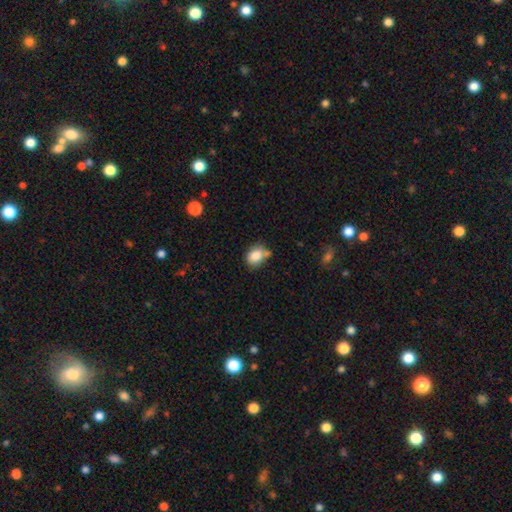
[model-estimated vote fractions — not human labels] A smooth galaxy with no disk features (82%) that is in between round and cigar-shaped (52%). Merging: none (47%).